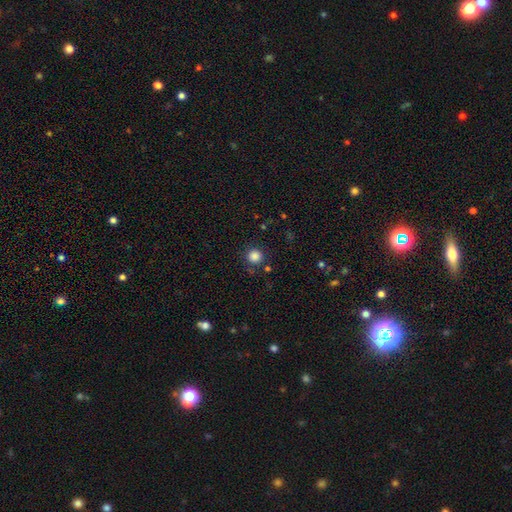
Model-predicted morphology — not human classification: smooth-or-featured: smooth: 85% | star or artifact: 11% | featured or disk: 4%
  how-rounded: round: 94% | in between: 5% | cigar-shaped: 1%
  merging: none: 86% | minor disturbance: 8% | major disturbance: 3% | merger: 3%